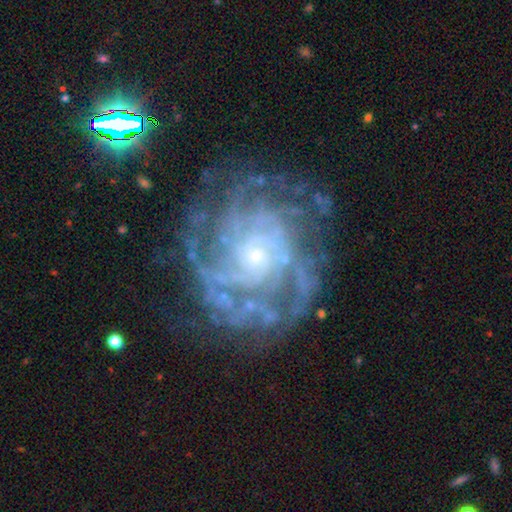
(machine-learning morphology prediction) This appears to be a featured or disk galaxy (88%) with no bar (77%), tight (70%) spiral arms (96%) and a small central bulge (77%). Merging: none (72%).